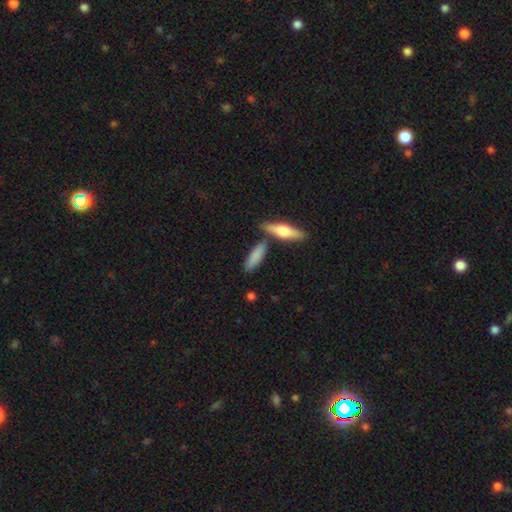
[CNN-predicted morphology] A smooth galaxy with no disk features (78%) that is cigar-shaped (51%). Merging: none (71%).